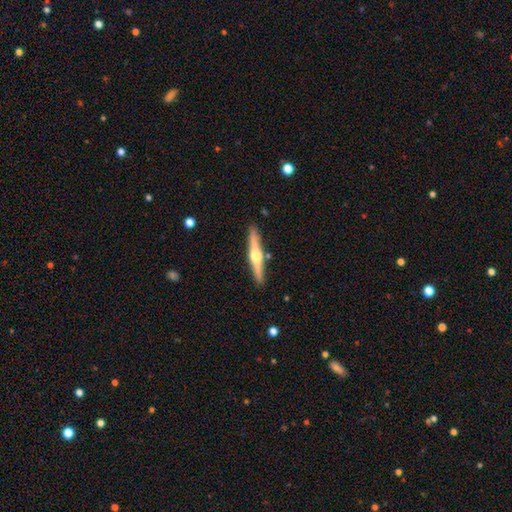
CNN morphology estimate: Smooth or featured: featured or disk — 72% (smooth — 23%)
Edge-on disk: yes — 98% (no — 2%)
Edge-on bulge: rounded — 94% (boxy — 3%)
Merging: none — 90% (minor disturbance — 7%)